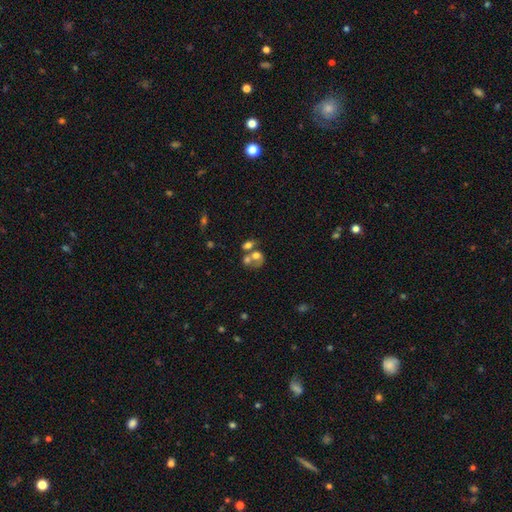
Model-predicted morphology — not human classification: Overall: smooth (51%; featured or disk 35%). How rounded: round (51%; in between 48%). Merging: merger (60%; none 22%).